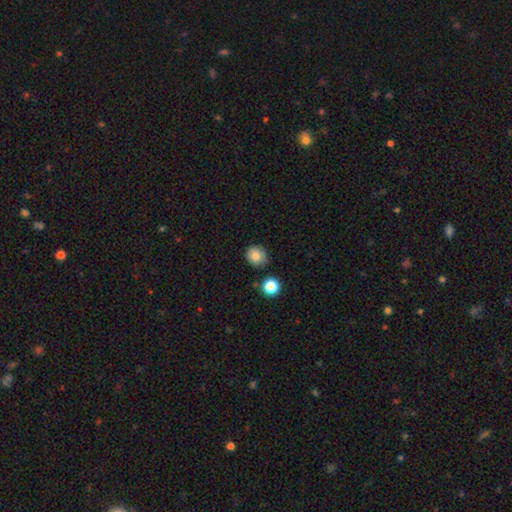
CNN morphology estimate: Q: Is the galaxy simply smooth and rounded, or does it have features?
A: smooth — 84%.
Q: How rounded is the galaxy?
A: round — 83%.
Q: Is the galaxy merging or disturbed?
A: none — 81%.